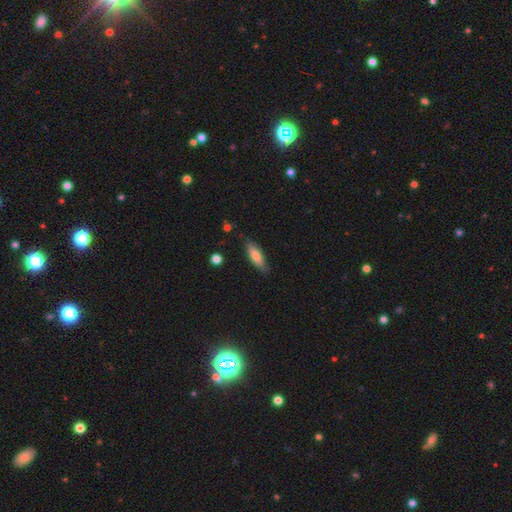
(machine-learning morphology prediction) A smooth galaxy with no disk features (75%) that is in between round and cigar-shaped (53%).

Vote fractions:
- Smooth or featured? smooth: 75% / featured or disk: 19% / star or artifact: 6%
- How rounded? in between: 53% / cigar-shaped: 45% / round: 2%
- Merging? none: 80% / minor disturbance: 16% / major disturbance: 3% / merger: 2%